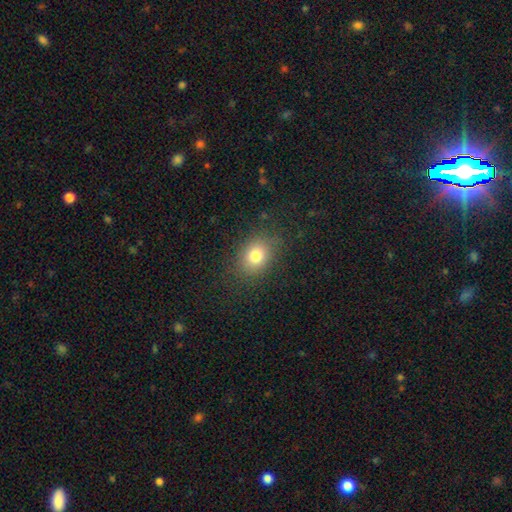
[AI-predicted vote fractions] A smooth galaxy with no disk features (79%) that is in between round and cigar-shaped (55%). Merging: none (84%).